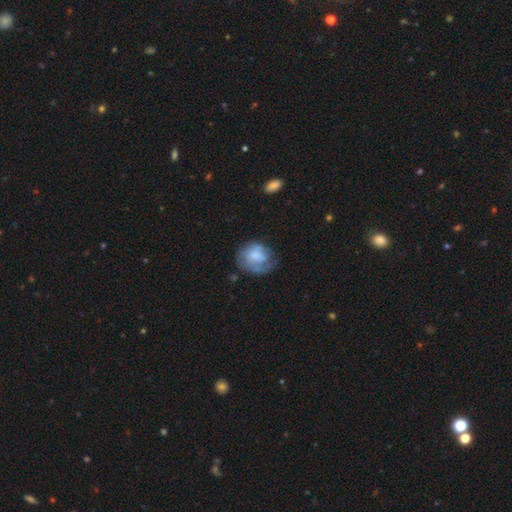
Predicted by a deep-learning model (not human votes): A smooth galaxy with no disk features (53%) that is round (59%). Merging: none (48%).